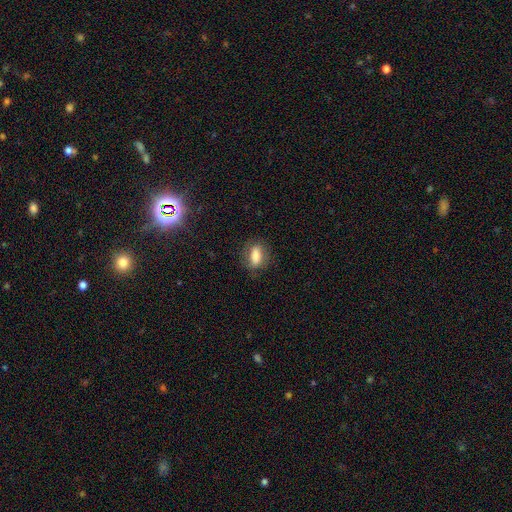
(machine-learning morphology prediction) Q: Smooth or featured?
A: smooth (76%); runner-up: featured or disk (16%)
Q: How rounded?
A: in between (79%); runner-up: cigar-shaped (11%)
Q: Merging?
A: none (78%); runner-up: minor disturbance (15%)